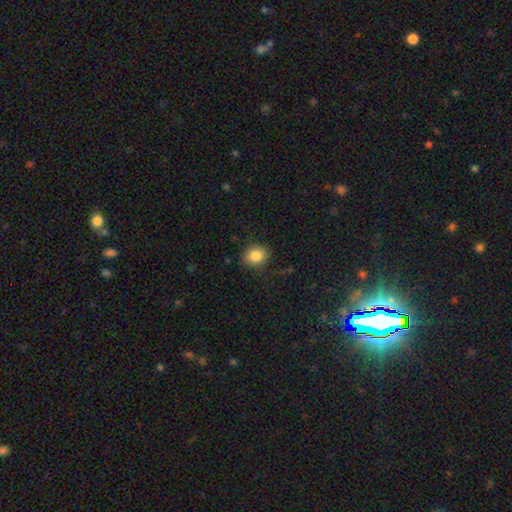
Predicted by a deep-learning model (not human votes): smooth_or_featured: smooth (p=0.85) [alt: star or artifact p=0.10]
how_rounded: round (p=0.71) [alt: in between p=0.28]
merging: none (p=0.87) [alt: minor disturbance p=0.10]